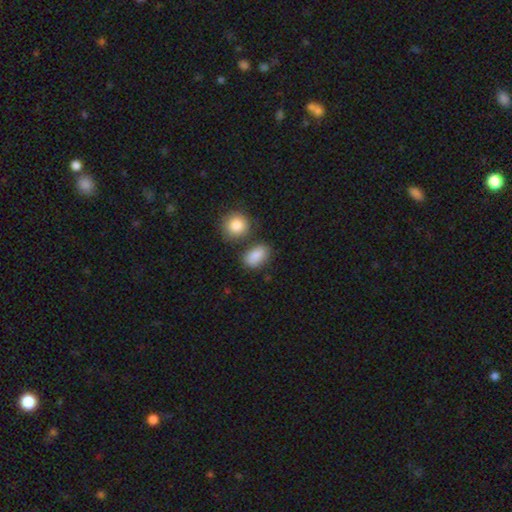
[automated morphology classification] Q: Smooth or featured?
A: smooth (88%); runner-up: star or artifact (7%)
Q: How rounded?
A: in between (86%); runner-up: round (12%)
Q: Merging?
A: none (66%); runner-up: minor disturbance (15%)